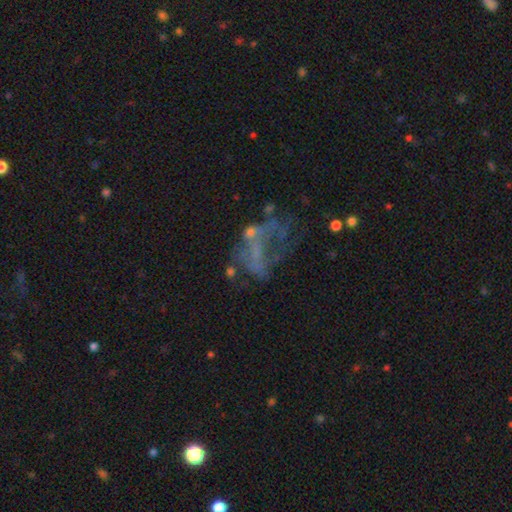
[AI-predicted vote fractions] A featured or disk galaxy (57%) with no bar (83%), no spiral arms (85%) and no central bulge (72%).

Vote fractions:
- Smooth or featured? featured or disk: 57% / smooth: 22% / star or artifact: 21%
- Edge-on disk? no: 98% / yes: 2%
- Bar? no: 83% / weak: 13% / strong: 4%
- Spiral arms? no: 85% / yes: 15%
- Bulge size? none: 72% / small: 16% / moderate: 9% / large: 2% / dominant: 1%
- Merging? major disturbance: 43% / none: 30% / minor disturbance: 15% / merger: 13%